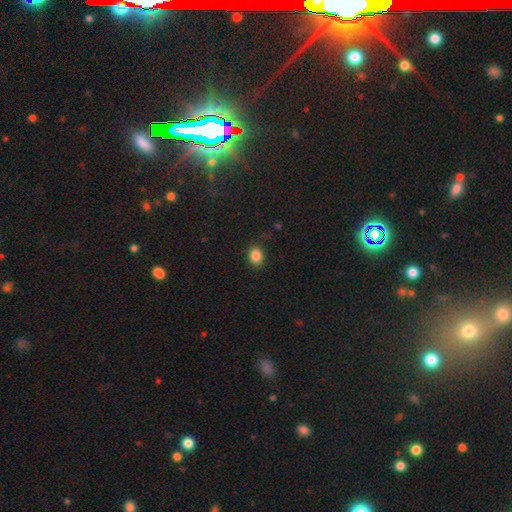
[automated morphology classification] Q: Smooth or featured?
A: smooth (86%); runner-up: star or artifact (11%)
Q: How rounded?
A: round (56%); runner-up: in between (43%)
Q: Merging?
A: none (85%); runner-up: minor disturbance (11%)